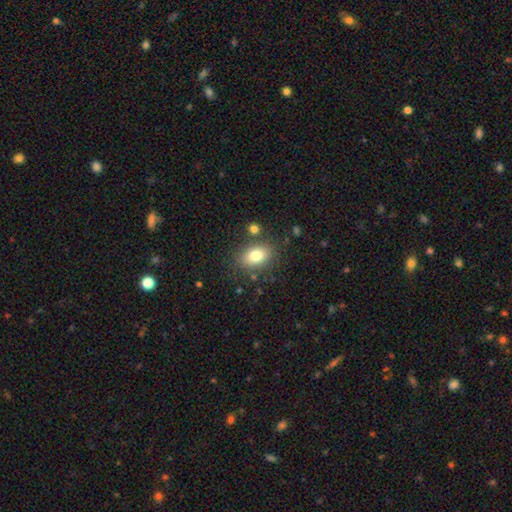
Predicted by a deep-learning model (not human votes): Smooth or featured?
  - smooth: 78% *
  - featured or disk: 12%
  - star or artifact: 10%
How rounded?
  - in between: 78% *
  - round: 20%
  - cigar-shaped: 2%
Merging?
  - none: 79% *
  - minor disturbance: 11%
  - merger: 6%
  - major disturbance: 4%